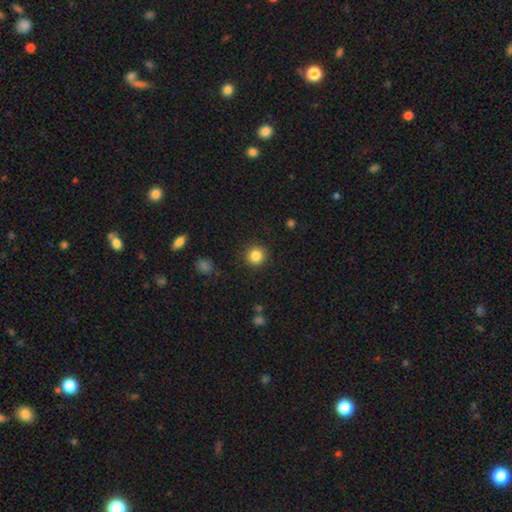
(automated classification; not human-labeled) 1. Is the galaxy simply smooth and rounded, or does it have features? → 85% smooth, 11% star or artifact, 5% featured or disk.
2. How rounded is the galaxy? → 94% round, 5% in between, 1% cigar-shaped.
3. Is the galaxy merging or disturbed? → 91% none, 6% minor disturbance, 2% major disturbance, 1% merger.